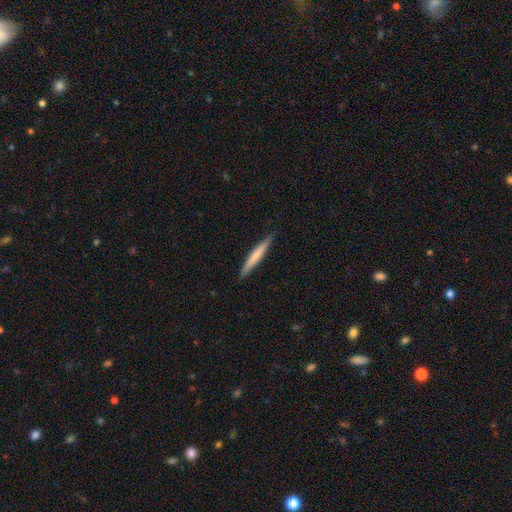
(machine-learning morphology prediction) Smooth or featured?
  - smooth: 66% *
  - featured or disk: 29%
  - star or artifact: 5%
How rounded?
  - cigar-shaped: 95% *
  - in between: 3%
  - round: 1%
Merging?
  - none: 90% *
  - minor disturbance: 7%
  - major disturbance: 1%
  - merger: 1%